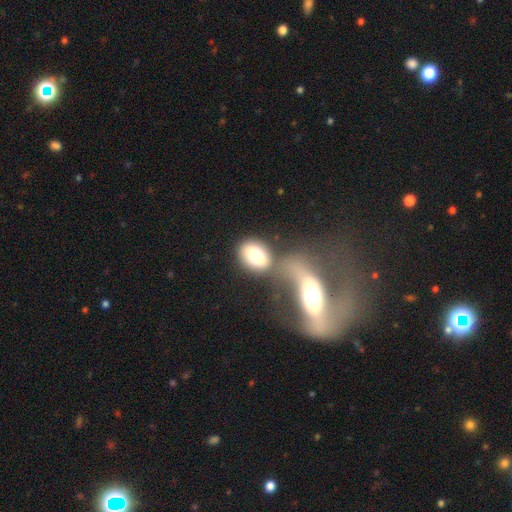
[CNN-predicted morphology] smooth 77%, featured or disk 16%, star or artifact 8%. Down the decision tree: how rounded — in between (67%); merging — none (48%).